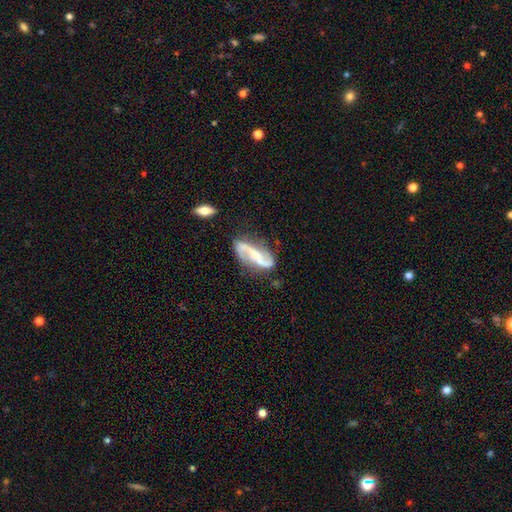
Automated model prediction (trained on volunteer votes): smooth-or-featured: featured or disk: 85% | smooth: 9% | star or artifact: 5%
  disk-edge-on: no: 94% | yes: 6%
    bar: strong: 36% | weak: 34% | no: 30%
    has-spiral-arms: yes: 95% | no: 5%
      spiral-winding: loose: 60% | medium: 30% | tight: 10%
      spiral-arm-count: 2: 92% | can't tell: 3% | 1: 2% | 3: 1% | 4: 1% | more than 4: 1%
    bulge-size: small: 47% | moderate: 35% | none: 13% | large: 4% | dominant: 1%
  merging: none: 71% | minor disturbance: 18% | major disturbance: 7% | merger: 4%